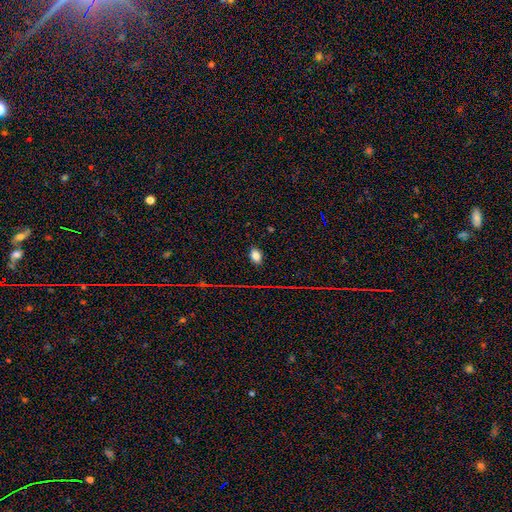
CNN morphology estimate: Smooth or featured? Predicted: smooth (p=0.79). How rounded? Predicted: in between (p=0.80). Merging? Predicted: none (p=0.87).